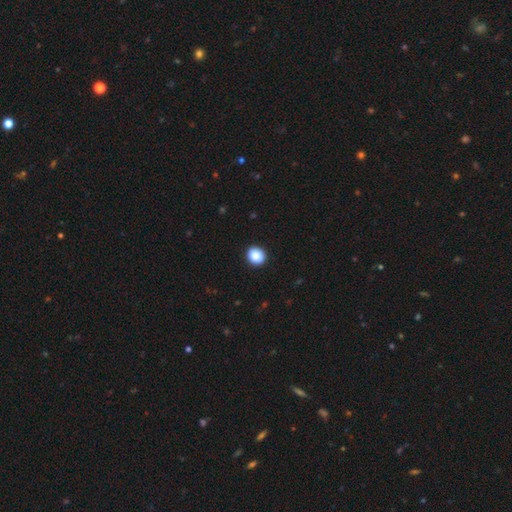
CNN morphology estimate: smooth 87%, star or artifact 8%, featured or disk 4%. Down the decision tree: how rounded — round (77%); merging — none (92%).